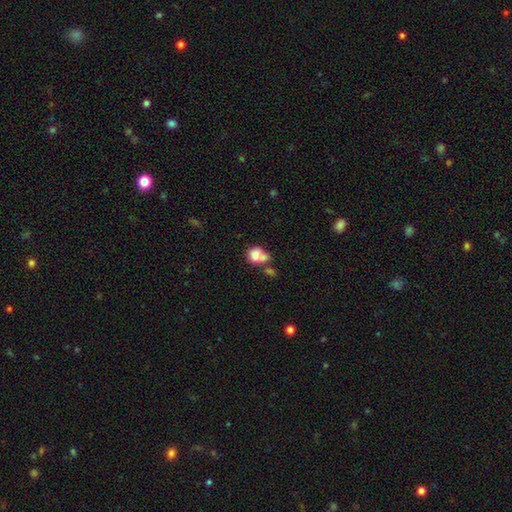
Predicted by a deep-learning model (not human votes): Smooth or featured? Predicted: smooth (p=0.74). How rounded? Predicted: round (p=0.56). Merging? Predicted: merger (p=0.51).